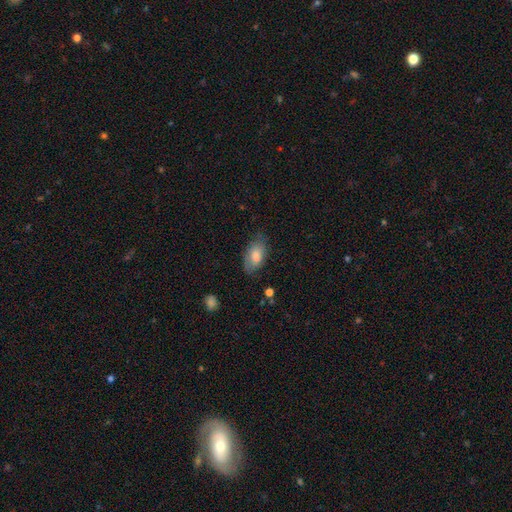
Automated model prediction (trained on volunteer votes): Morphology: type=smooth (78%); roundness=in between (92%); merging=none (68%).